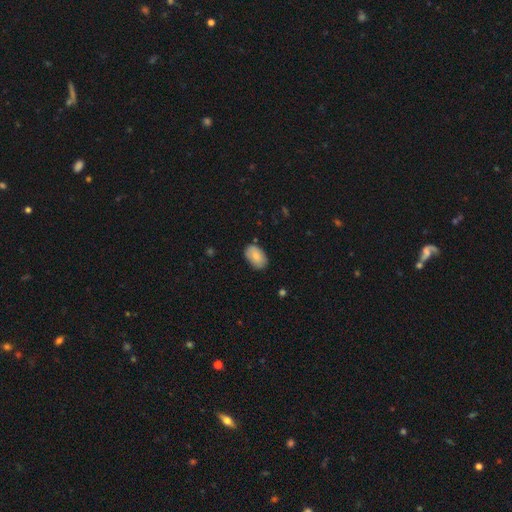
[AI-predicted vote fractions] A smooth galaxy with no disk features (82%) that is in between round and cigar-shaped (91%).

Vote fractions:
- Smooth or featured? smooth: 82% / featured or disk: 12% / star or artifact: 7%
- How rounded? in between: 91% / round: 7% / cigar-shaped: 1%
- Merging? none: 82% / minor disturbance: 15% / major disturbance: 3% / merger: 1%